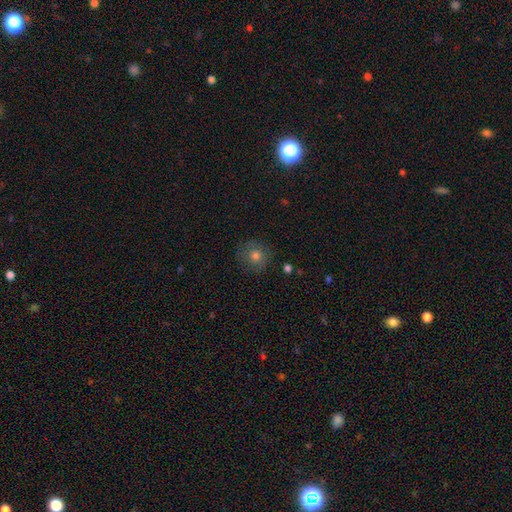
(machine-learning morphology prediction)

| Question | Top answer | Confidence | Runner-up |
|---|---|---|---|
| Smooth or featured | smooth | 72% | star or artifact (15%) |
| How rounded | round | 91% | in between (8%) |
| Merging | none | 85% | minor disturbance (11%) |